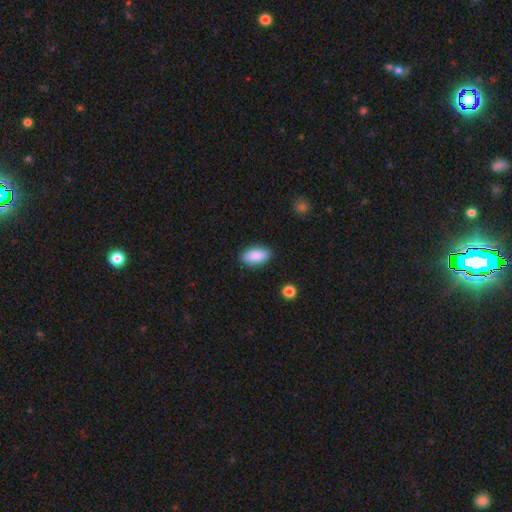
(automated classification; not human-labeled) A smooth galaxy with no disk features (89%) that is in between round and cigar-shaped (90%).

Vote fractions:
- Smooth or featured? smooth: 89% / star or artifact: 6% / featured or disk: 5%
- How rounded? in between: 90% / cigar-shaped: 7% / round: 3%
- Merging? none: 88% / minor disturbance: 9% / major disturbance: 2% / merger: 1%